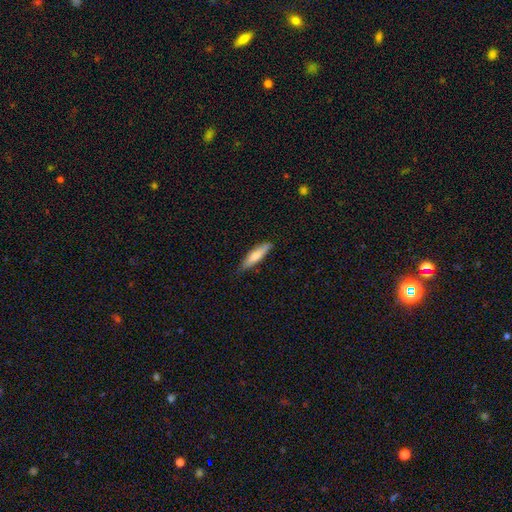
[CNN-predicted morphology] Overall: smooth (71%). How rounded: cigar-shaped (76%). Merging: none (80%).